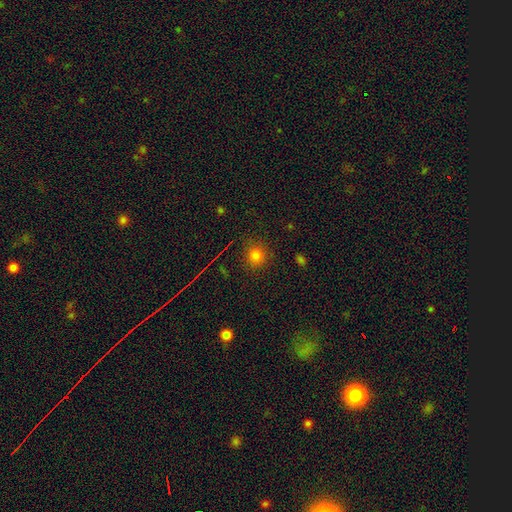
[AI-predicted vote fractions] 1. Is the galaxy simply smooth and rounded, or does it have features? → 76% smooth, 18% star or artifact, 6% featured or disk.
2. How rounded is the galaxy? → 88% round, 11% in between, 1% cigar-shaped.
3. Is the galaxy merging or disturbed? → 86% none, 9% minor disturbance, 3% major disturbance, 1% merger.